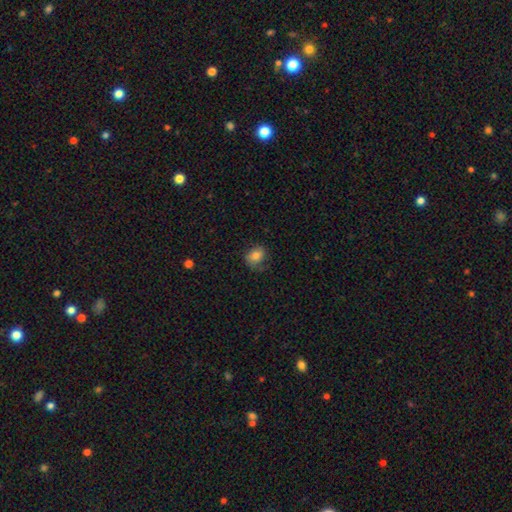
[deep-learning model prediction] Smooth or featured? smooth (74%)
How rounded? in between (50%)
Merging? none (67%)